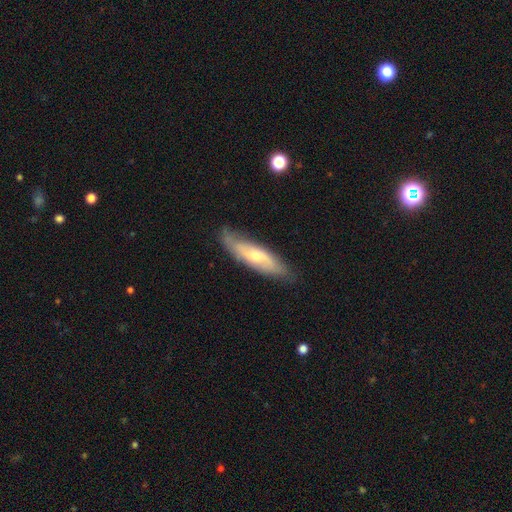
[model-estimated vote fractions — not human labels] smooth-or-featured: featured or disk: 58% | smooth: 36% | star or artifact: 6%
  disk-edge-on: no: 68% | yes: 32%
  merging: none: 75% | minor disturbance: 19% | major disturbance: 4% | merger: 2%